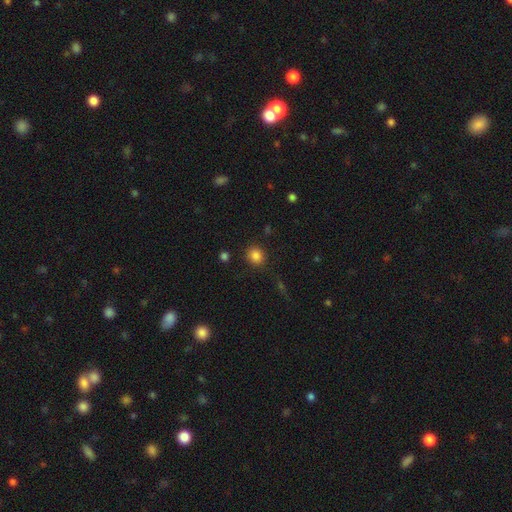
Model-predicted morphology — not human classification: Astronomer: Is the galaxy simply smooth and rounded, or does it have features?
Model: smooth — 84%.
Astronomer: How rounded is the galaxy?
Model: round — 83%.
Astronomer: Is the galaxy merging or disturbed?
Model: none — 87%.